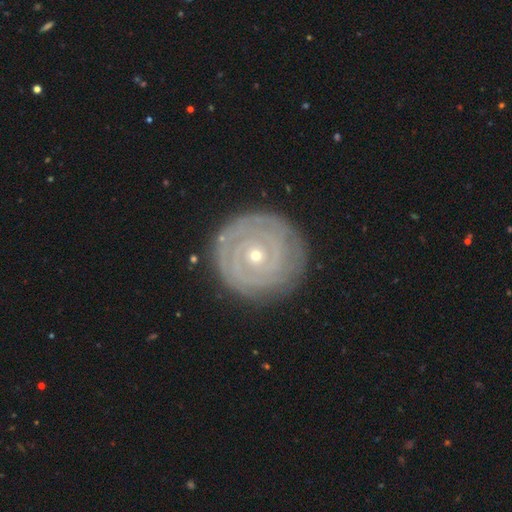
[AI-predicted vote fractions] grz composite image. It shows a featured or disk galaxy (85%) with no bar (78%), can't tell (29%, tied with 2) tight (90%) spiral arms (94%) and a small central bulge (69%). Merging: none (85%).